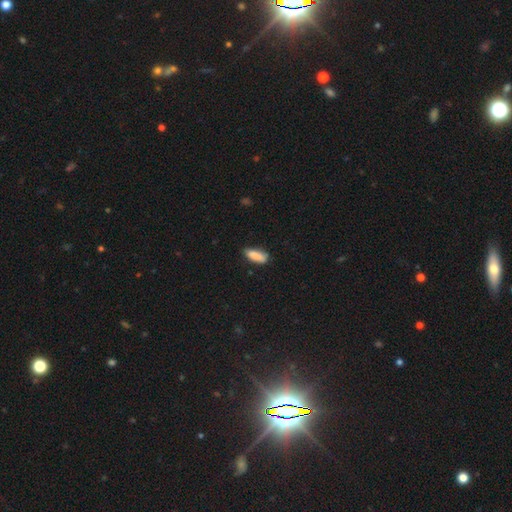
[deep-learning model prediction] Q: Smooth or featured?
A: smooth (87%); runner-up: star or artifact (7%)
Q: How rounded?
A: in between (67%); runner-up: cigar-shaped (31%)
Q: Merging?
A: none (73%); runner-up: minor disturbance (22%)